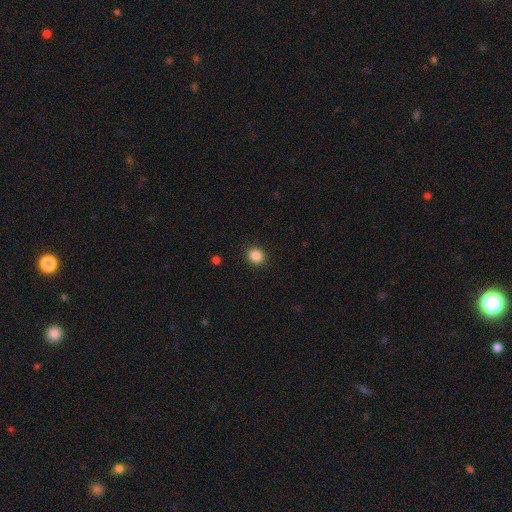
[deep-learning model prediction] Q: Smooth or featured?
A: smooth (86%); runner-up: star or artifact (10%)
Q: How rounded?
A: round (71%); runner-up: in between (28%)
Q: Merging?
A: none (90%); runner-up: minor disturbance (7%)